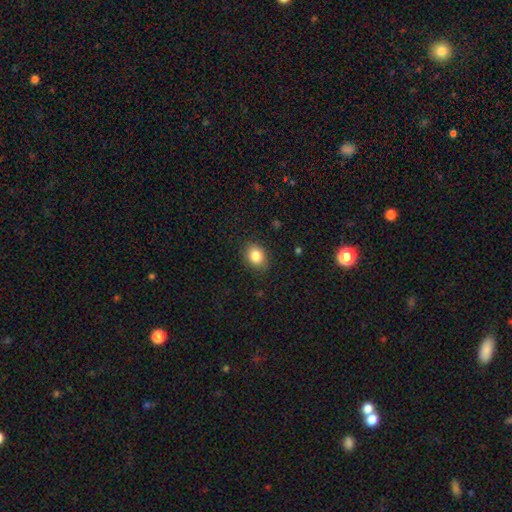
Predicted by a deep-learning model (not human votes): Smooth or featured? Predicted: smooth (p=0.85). How rounded? Predicted: in between (p=0.53). Merging? Predicted: none (p=0.85).